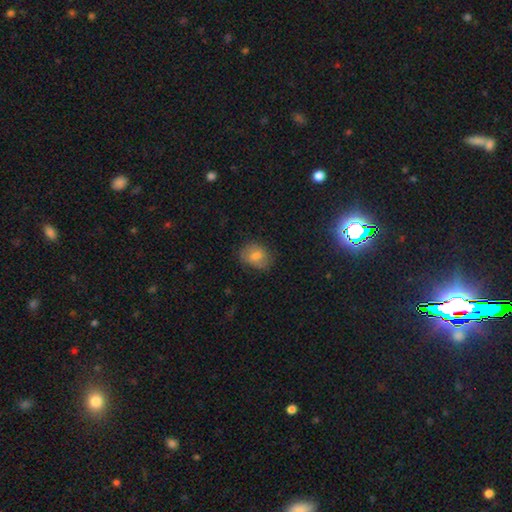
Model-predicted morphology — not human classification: Smooth or featured: smooth — 71% (featured or disk — 15%)
How rounded: in between — 54% (round — 45%)
Merging: none — 75% (minor disturbance — 19%)